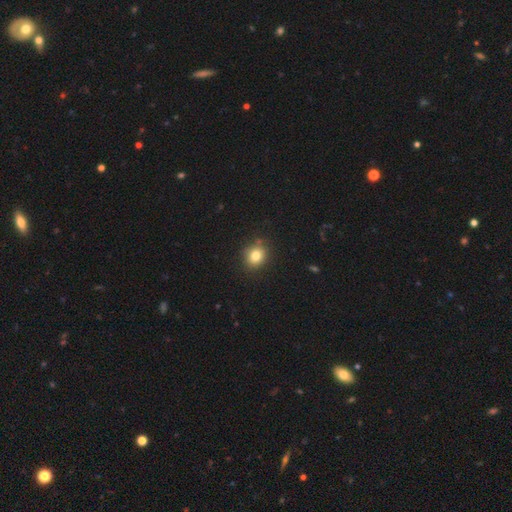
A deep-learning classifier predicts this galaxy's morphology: A smooth galaxy with no disk features (81%) that is round (77%).

Vote fractions:
- Smooth or featured? smooth: 81% / star or artifact: 11% / featured or disk: 8%
- How rounded? round: 77% / in between: 22% / cigar-shaped: 1%
- Merging? none: 84% / minor disturbance: 10% / merger: 3% / major disturbance: 3%